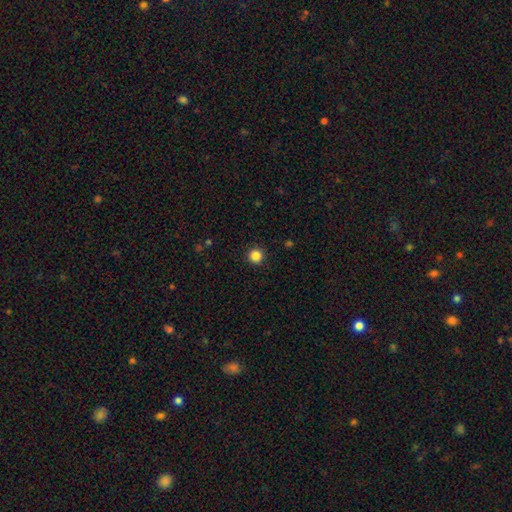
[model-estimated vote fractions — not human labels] Smooth or featured? Predicted: smooth (p=0.86). How rounded? Predicted: round (p=0.96). Merging? Predicted: none (p=0.92).